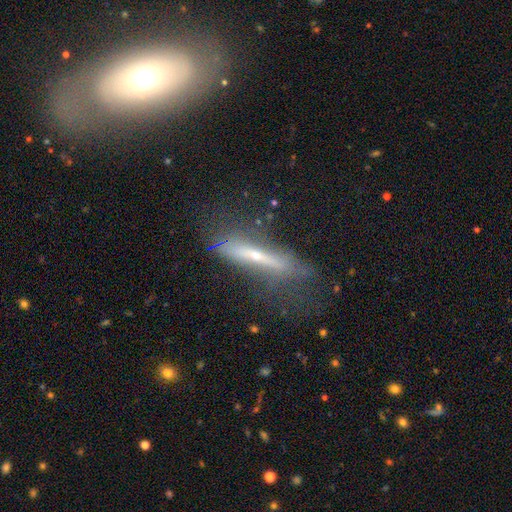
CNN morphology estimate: Smooth or featured: featured or disk — 60% (smooth — 30%)
Edge-on disk: yes — 78% (no — 22%)
Merging: none — 53% (minor disturbance — 24%)